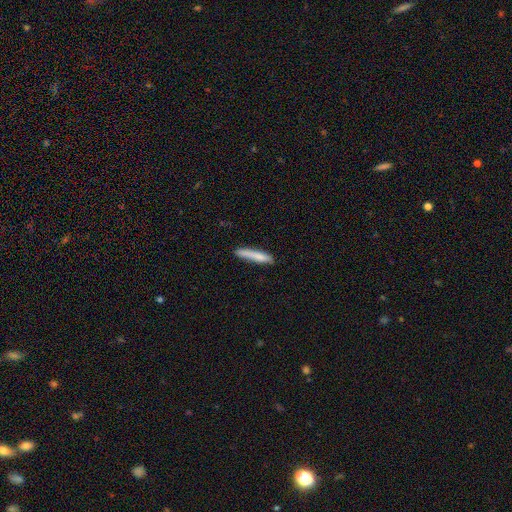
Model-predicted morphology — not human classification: This is likely a smooth galaxy (78%). How rounded: clearly cigar-shaped (93%). Merging: likely none (80%).